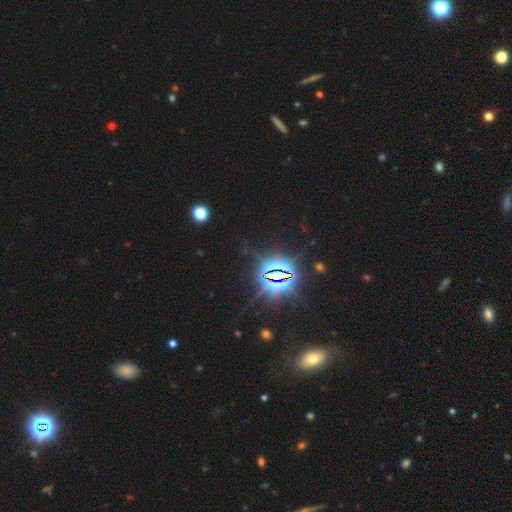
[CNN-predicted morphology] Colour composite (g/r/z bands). It shows a star or artifact, not a galaxy (79%).